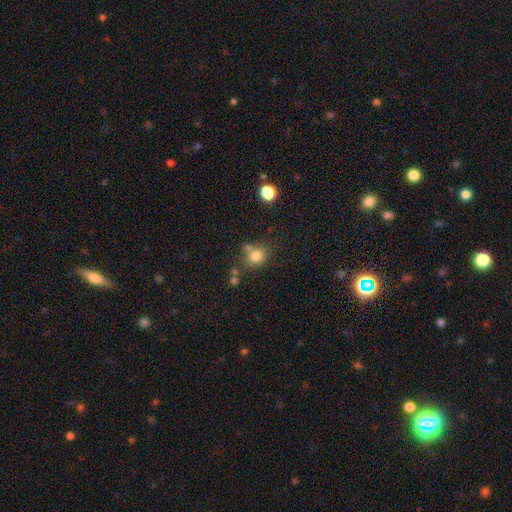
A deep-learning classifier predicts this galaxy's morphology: Smooth or featured?
  - smooth: 79% *
  - star or artifact: 13%
  - featured or disk: 8%
How rounded?
  - round: 70% *
  - in between: 29%
  - cigar-shaped: 1%
Merging?
  - none: 63% *
  - merger: 17%
  - minor disturbance: 15%
  - major disturbance: 5%